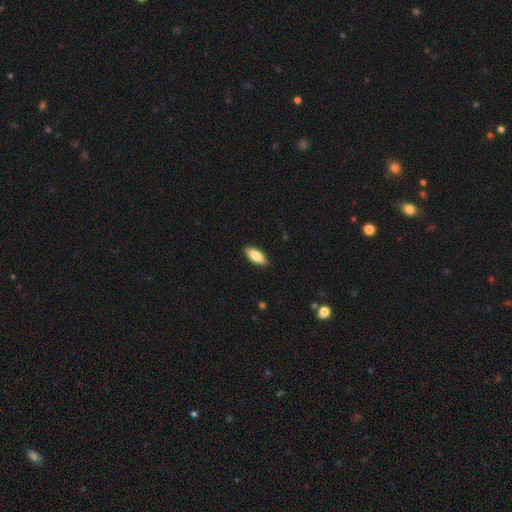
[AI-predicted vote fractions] Smooth or featured?
  - smooth: 84% *
  - featured or disk: 10%
  - star or artifact: 6%
How rounded?
  - in between: 84% *
  - cigar-shaped: 15%
  - round: 2%
Merging?
  - none: 90% *
  - minor disturbance: 7%
  - major disturbance: 2%
  - merger: 1%